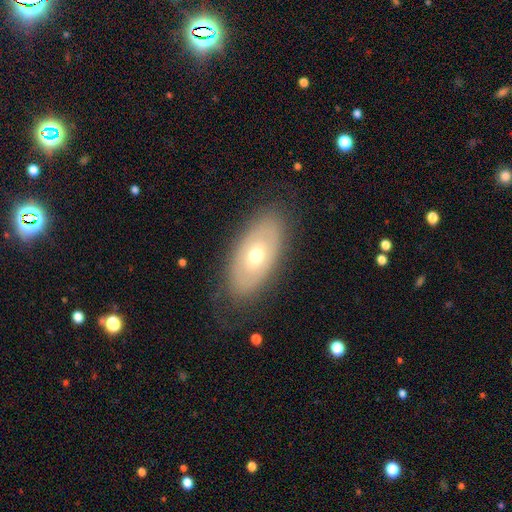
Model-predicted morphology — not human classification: Smooth or featured?
  - smooth: 47% *
  - featured or disk: 46%
  - star or artifact: 7%
Merging?
  - none: 79% *
  - minor disturbance: 15%
  - major disturbance: 6%
  - merger: 1%